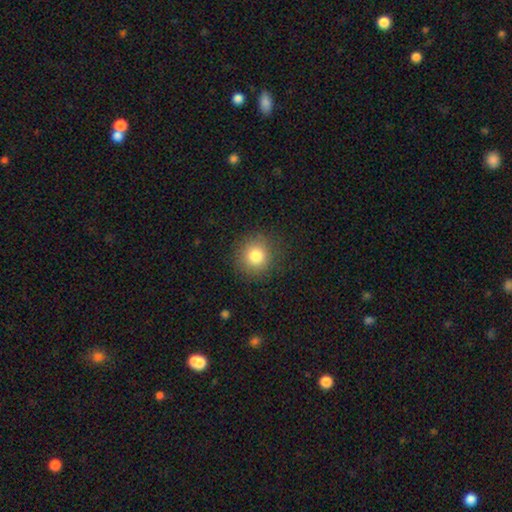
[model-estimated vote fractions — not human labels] Overall: smooth (81%). How rounded: round (92%). Merging: none (88%).